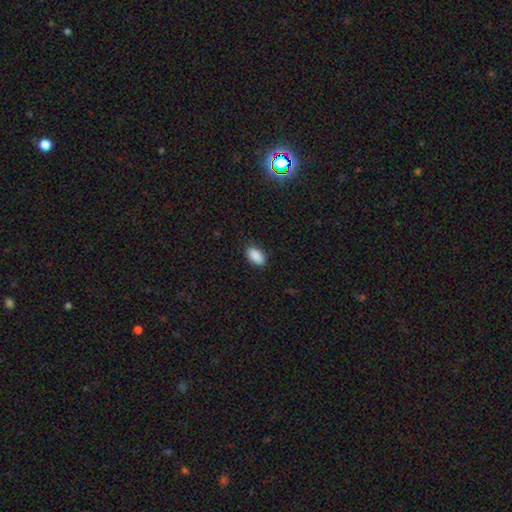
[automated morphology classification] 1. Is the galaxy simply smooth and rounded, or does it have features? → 90% smooth, 7% star or artifact, 3% featured or disk.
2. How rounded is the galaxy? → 94% in between, 4% round, 2% cigar-shaped.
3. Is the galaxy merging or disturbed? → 86% none, 10% minor disturbance, 2% major disturbance, 1% merger.